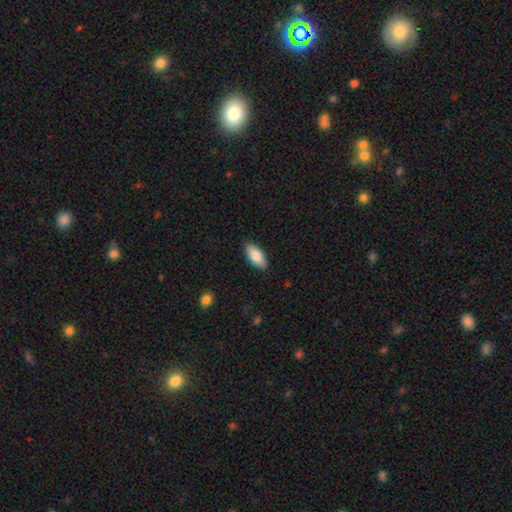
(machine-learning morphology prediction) type=smooth (85%); roundness=in between (89%); merging=none (88%).